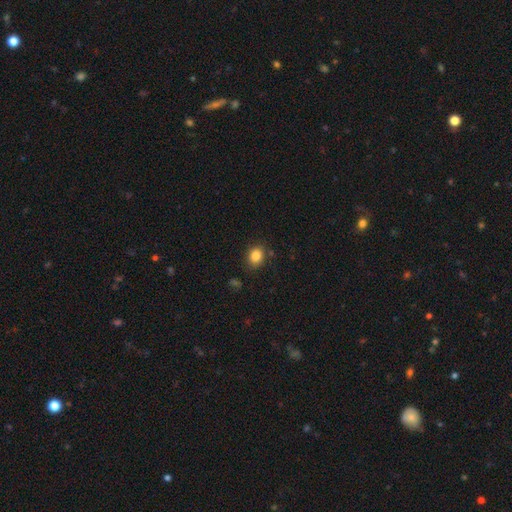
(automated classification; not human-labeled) smooth_or_featured: smooth (p=0.85) [alt: star or artifact p=0.10]
how_rounded: round (p=0.53) [alt: in between p=0.46]
merging: none (p=0.82) [alt: minor disturbance p=0.13]